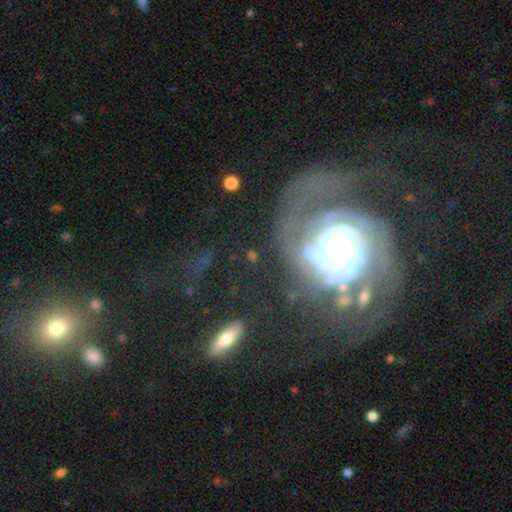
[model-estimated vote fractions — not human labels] smooth_or_featured: featured or disk (p=0.84) [alt: star or artifact p=0.09]
disk_edge_on: no (p=0.96) [alt: yes p=0.04]
bar: no (p=0.55) [alt: weak p=0.30]
has_spiral_arms: yes (p=0.93) [alt: no p=0.07]
spiral_winding: tight (p=0.59) [alt: medium p=0.30]
spiral_arm_count: 2 (p=0.45) [alt: can't tell p=0.21]
bulge_size: moderate (p=0.46) [alt: small p=0.36]
merging: none (p=0.50) [alt: major disturbance p=0.26]